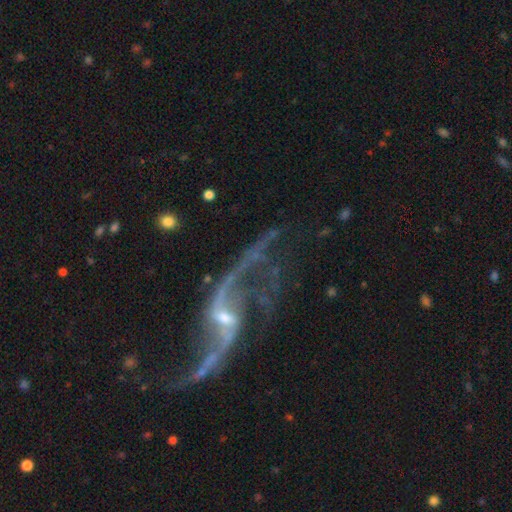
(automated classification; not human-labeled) featured or disk 91%, star or artifact 6%, smooth 3%. Down the decision tree: edge-on disk — no (95%); bar — weak (43%); spiral arms — yes (96%); spiral arm count — 2 (92%); spiral winding — loose (90%); bulge size — small (69%); merging — none (58%).